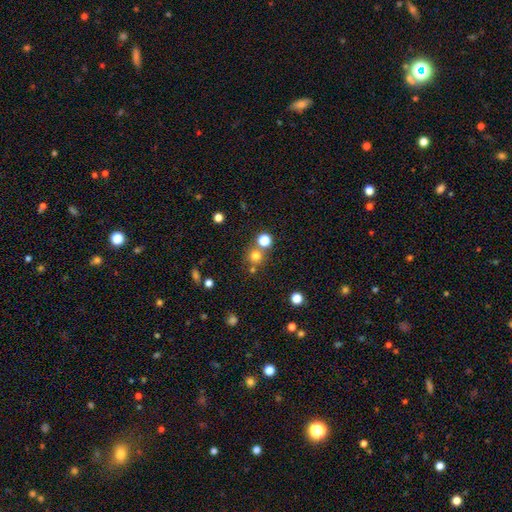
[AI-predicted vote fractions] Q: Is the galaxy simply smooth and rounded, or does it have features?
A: smooth — 73%.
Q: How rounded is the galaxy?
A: round — 92%.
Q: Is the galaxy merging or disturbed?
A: none — 71%.